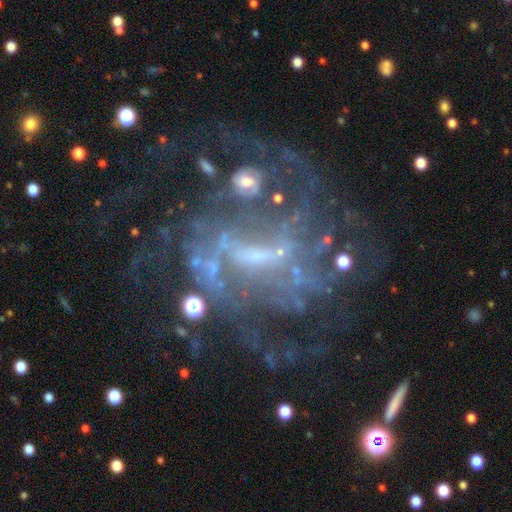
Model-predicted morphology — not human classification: featured or disk 82%, star or artifact 12%, smooth 6%. Down the decision tree: edge-on disk — no (97%); bar — weak (43%); spiral arms — yes (83%); spiral arm count — can't tell (38%); spiral winding — medium (41%); bulge size — small (45%); merging — none (46%).